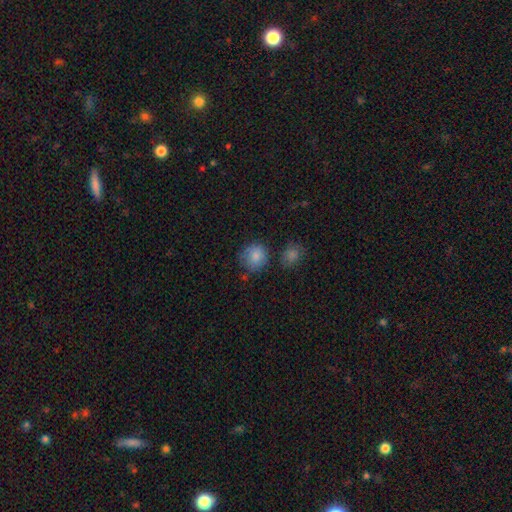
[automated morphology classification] Smooth or featured: smooth — 84% (star or artifact — 8%)
How rounded: round — 84% (in between — 15%)
Merging: none — 67% (minor disturbance — 20%)